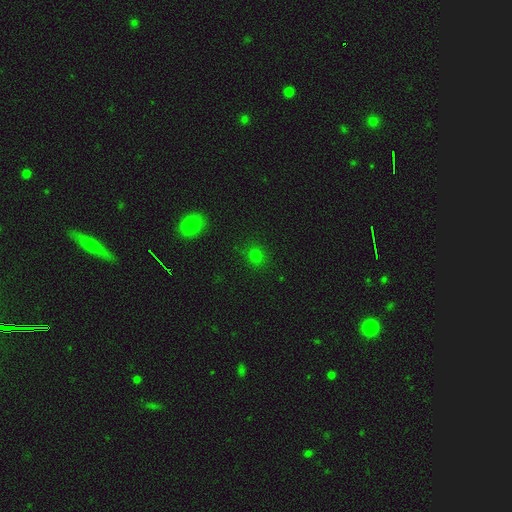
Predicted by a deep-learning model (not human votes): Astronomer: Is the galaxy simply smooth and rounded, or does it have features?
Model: smooth — 74%.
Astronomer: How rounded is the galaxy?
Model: round — 81%.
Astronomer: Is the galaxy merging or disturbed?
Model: none — 85%.